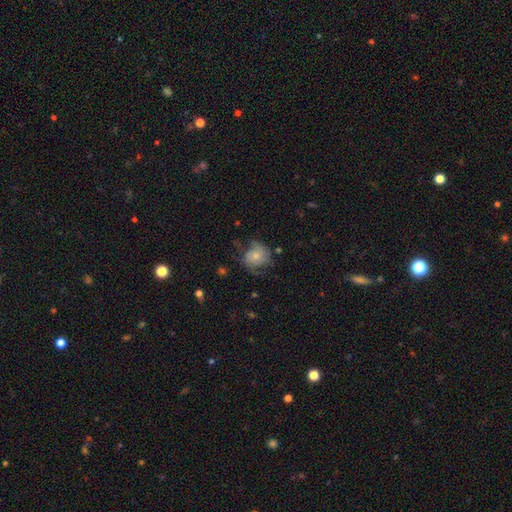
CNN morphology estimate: Smooth or featured? Predicted: featured or disk (p=0.53). Edge-on disk? Predicted: no (p=0.97). Bar? Predicted: no (p=0.77). Spiral arms? Predicted: yes (p=0.81). Bulge size? Predicted: small (p=0.55). Merging? Predicted: none (p=0.52).